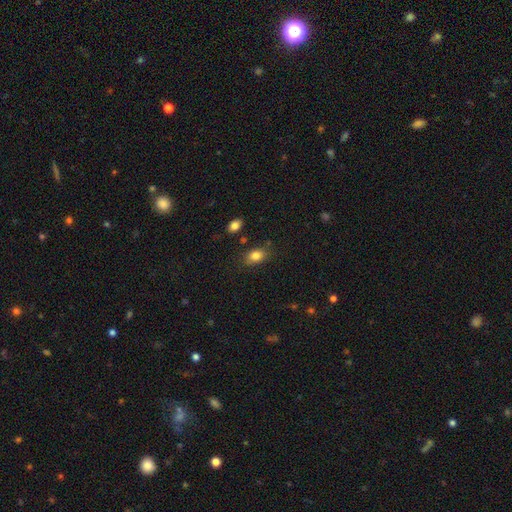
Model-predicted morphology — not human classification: Smooth or featured? smooth (83%)
How rounded? in between (82%)
Merging? none (79%)